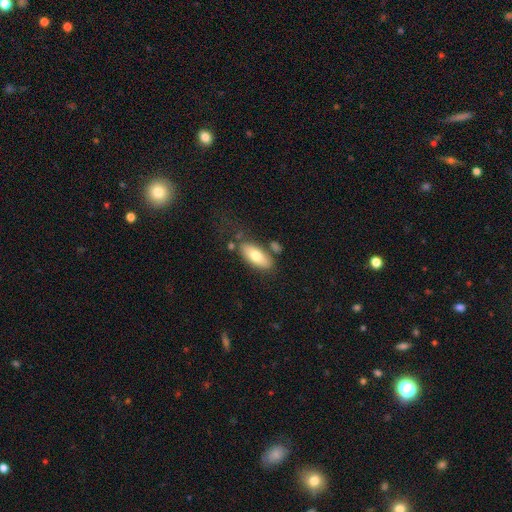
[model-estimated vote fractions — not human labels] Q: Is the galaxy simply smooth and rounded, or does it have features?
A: smooth — 73%.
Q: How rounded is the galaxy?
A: in between — 83%.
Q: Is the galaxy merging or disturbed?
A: none — 68%.